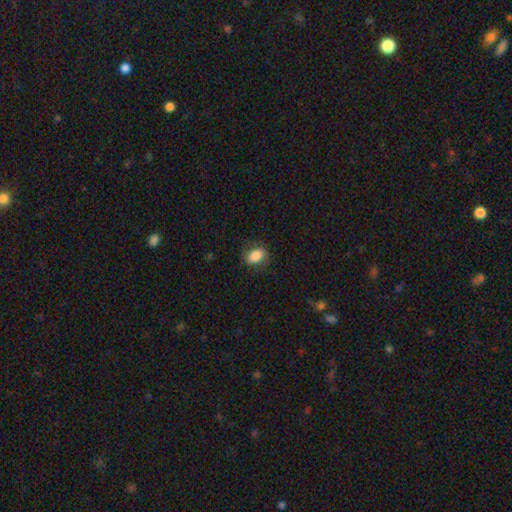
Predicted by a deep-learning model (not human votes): The model was most divided on "merging": none: 77%, minor disturbance: 17%, major disturbance: 6%, merger: 1%. More confident: smooth or featured — smooth (83%); how rounded — in between (80%).